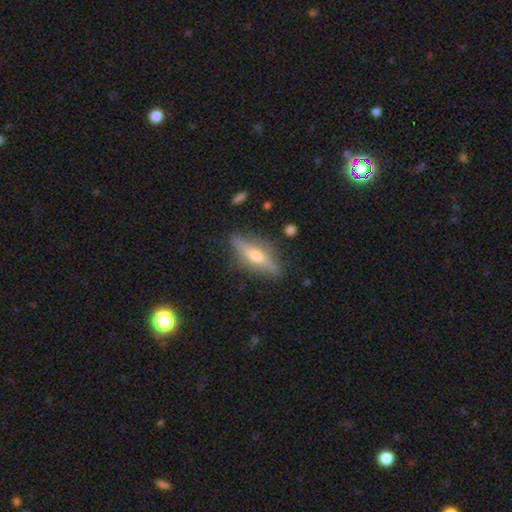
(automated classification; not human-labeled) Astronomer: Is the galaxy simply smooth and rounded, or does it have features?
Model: featured or disk — 70%.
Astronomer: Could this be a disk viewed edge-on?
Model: yes — 93%.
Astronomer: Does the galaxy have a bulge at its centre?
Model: rounded — 93%.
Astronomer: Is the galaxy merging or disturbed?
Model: none — 84%.